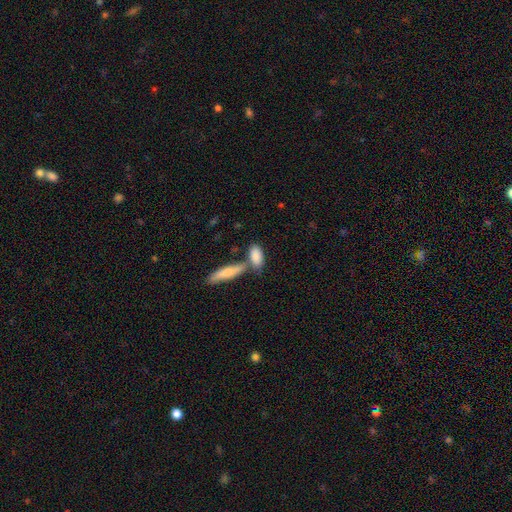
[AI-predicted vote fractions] This appears to be a smooth galaxy with no disk features (84%) that is in between round and cigar-shaped (77%). Merging: none (48%).